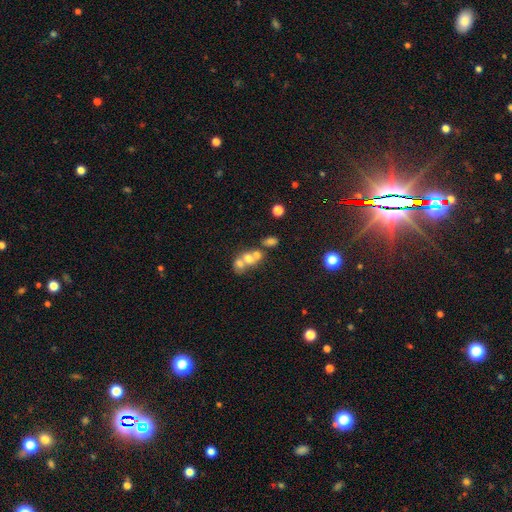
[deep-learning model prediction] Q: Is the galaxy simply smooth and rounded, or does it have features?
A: smooth — 49%.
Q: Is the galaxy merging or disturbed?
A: merger — 62%.